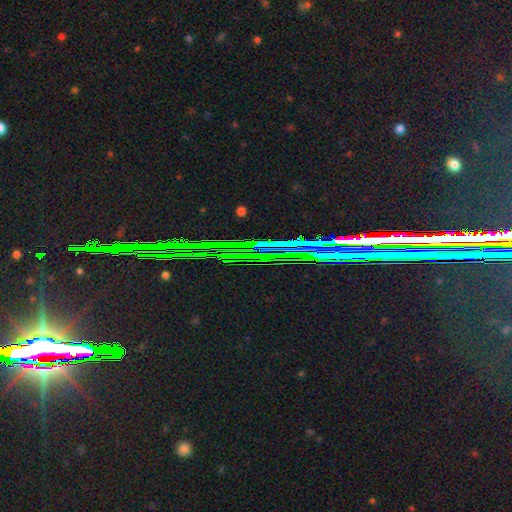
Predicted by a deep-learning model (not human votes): smooth_or_featured: star or artifact (p=0.85) [alt: featured or disk p=0.08]